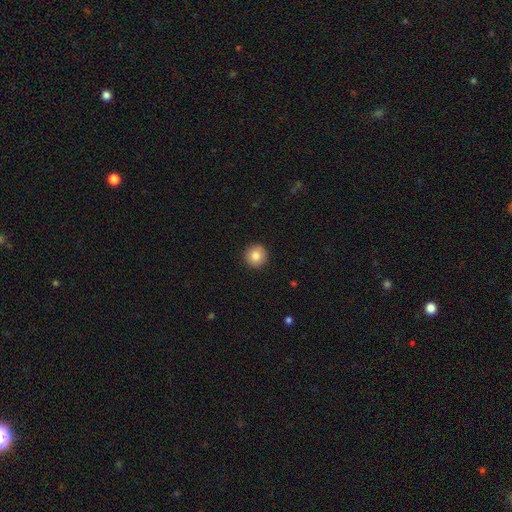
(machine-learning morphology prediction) A smooth galaxy with no disk features (84%) that is round (95%). Merging: none (93%).